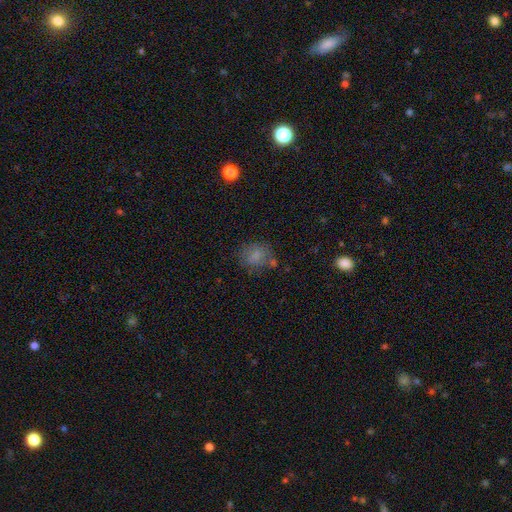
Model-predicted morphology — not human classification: smooth_or_featured: smooth (p=0.72) [alt: featured or disk p=0.15]
how_rounded: round (p=0.58) [alt: in between p=0.40]
merging: none (p=0.57) [alt: minor disturbance p=0.22]